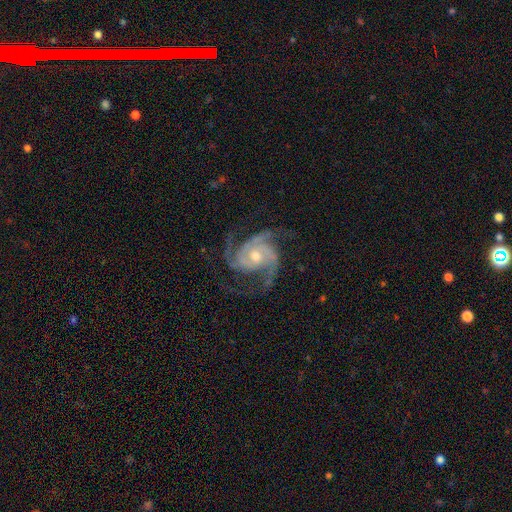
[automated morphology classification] A featured or disk galaxy (92%) with no bar (68%), 3 (64%) medium (50%) spiral arms (98%) and a moderate central bulge (63%).

Vote fractions:
- Smooth or featured? featured or disk: 92% / star or artifact: 5% / smooth: 3%
- Edge-on disk? no: 98% / yes: 2%
- Bar? no: 68% / weak: 24% / strong: 8%
- Spiral arms? yes: 98% / no: 2%
- Spiral winding? medium: 50% / tight: 41% / loose: 9%
- Spiral arm count? 3: 64% / 4: 14% / 2: 10% / can't tell: 5% / more than 4: 4% / 1: 4%
- Bulge size? moderate: 63% / small: 31% / large: 4% / none: 1% / dominant: 1%
- Merging? none: 69% / minor disturbance: 17% / major disturbance: 12% / merger: 1%